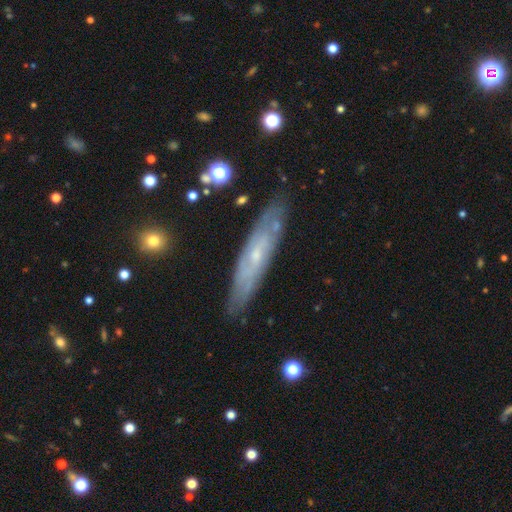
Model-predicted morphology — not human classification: This appears to be a featured or disk galaxy (68%). Merging: none (83%).